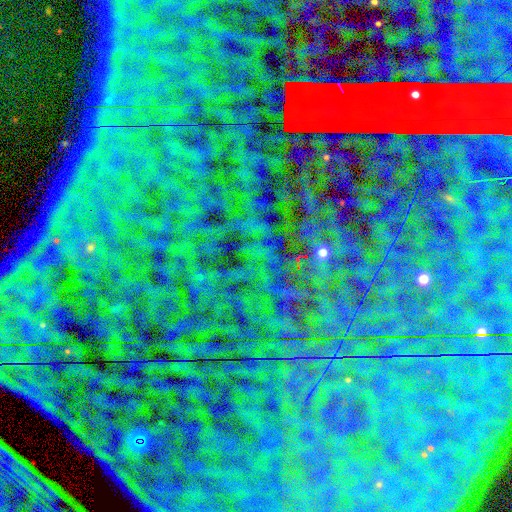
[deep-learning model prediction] Overall: star or artifact (86%).